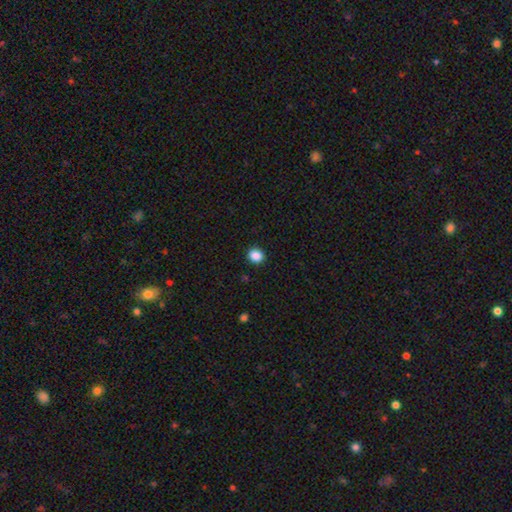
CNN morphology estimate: The model was most divided on "how rounded": round: 75%, in between: 24%, cigar-shaped: 1%. More confident: merging — none (92%); smooth or featured — smooth (87%).